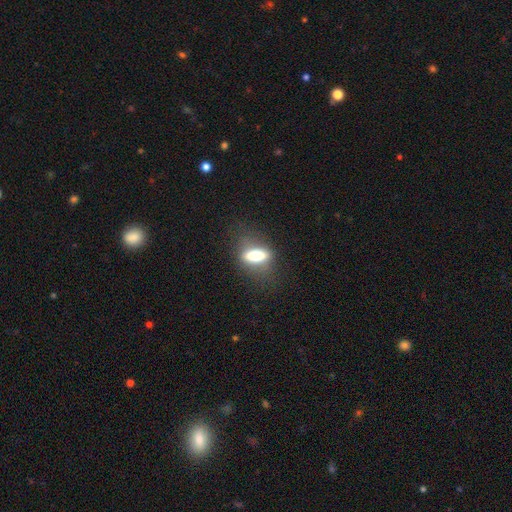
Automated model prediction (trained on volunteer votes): This appears to be a smooth galaxy with no disk features (65%) that is in between round and cigar-shaped (60%). Merging: none (76%).